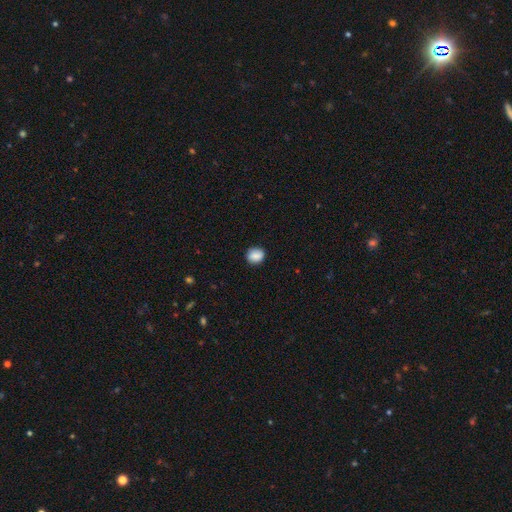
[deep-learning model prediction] Smooth or featured? smooth (86%)
How rounded? round (69%)
Merging? none (84%)